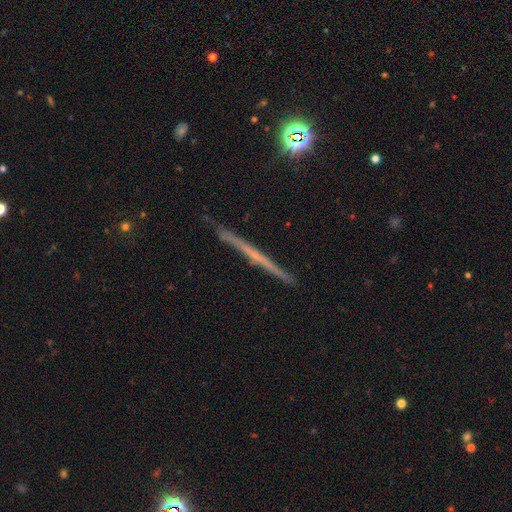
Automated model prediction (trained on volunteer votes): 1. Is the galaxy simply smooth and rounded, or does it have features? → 65% featured or disk, 27% smooth, 8% star or artifact.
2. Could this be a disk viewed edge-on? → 98% yes, 2% no.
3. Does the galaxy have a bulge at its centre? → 81% none, 14% rounded, 5% boxy.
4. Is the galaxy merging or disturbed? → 90% none, 7% minor disturbance, 1% major disturbance, 1% merger.